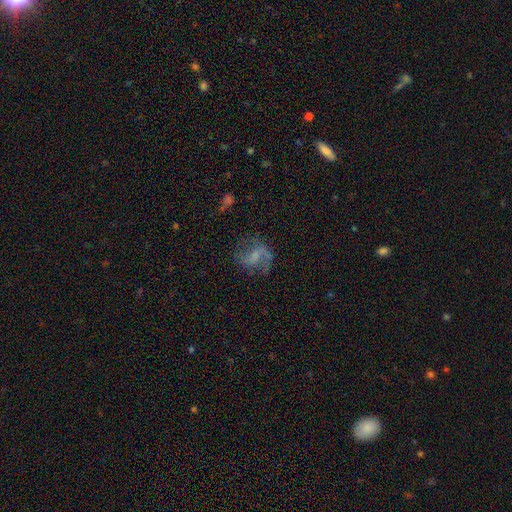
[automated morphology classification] This appears to be a featured or disk galaxy (70%) with a weak bar (49%), 2 (80%) loose (53%) spiral arms (87%) and no central bulge (37%). Merging: none (61%).